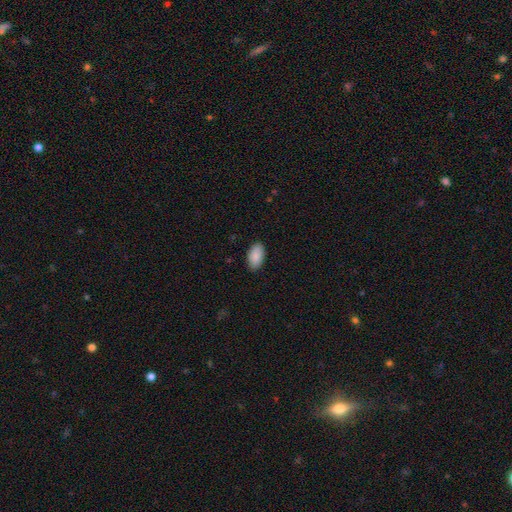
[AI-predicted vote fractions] Morphology: type=smooth (90%); roundness=in between (95%); merging=none (88%).